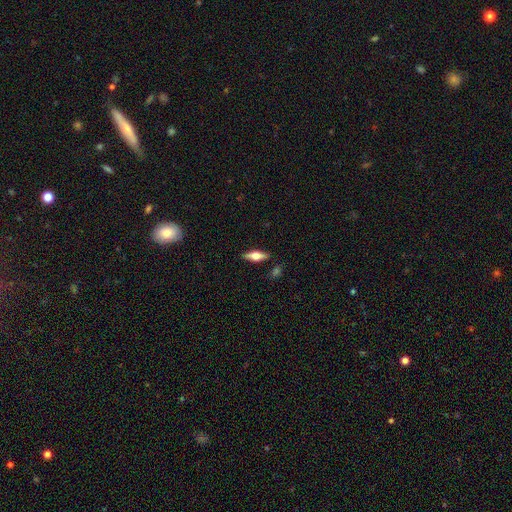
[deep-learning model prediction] The model was most divided on "smooth or featured": featured or disk: 53%, smooth: 40%, star or artifact: 7%. More confident: edge-on disk — yes (92%); merging — none (87%).